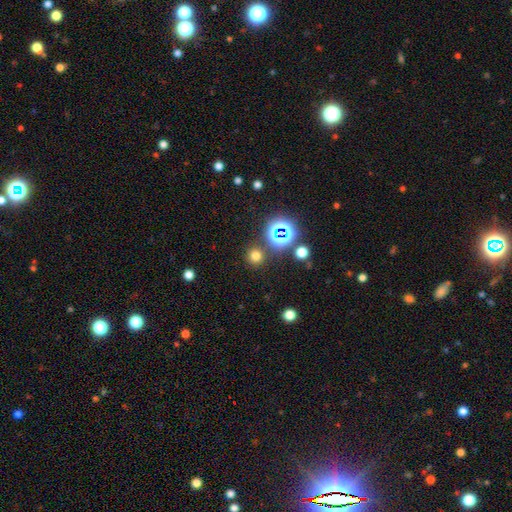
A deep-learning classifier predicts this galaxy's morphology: This appears to be a smooth galaxy with no disk features (67%) that is round (93%). Merging: none (85%).